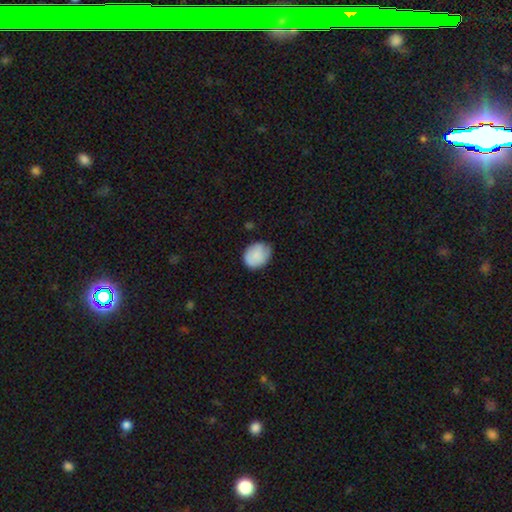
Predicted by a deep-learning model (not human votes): This is clearly a smooth galaxy (83%). How rounded: possibly round (51%). Merging: likely none (64%).